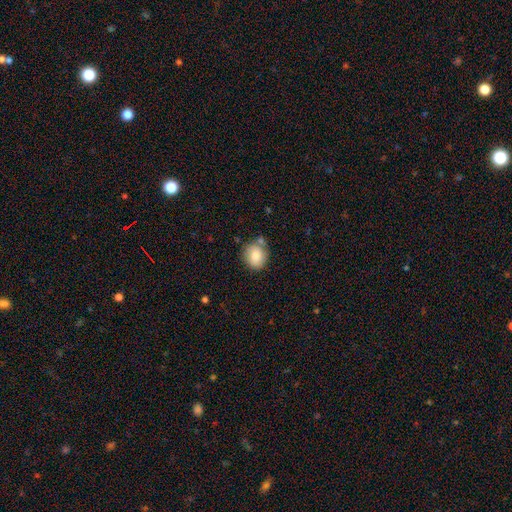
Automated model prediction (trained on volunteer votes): This is clearly a smooth galaxy (83%). How rounded: likely round (72%). Merging: likely none (70%).